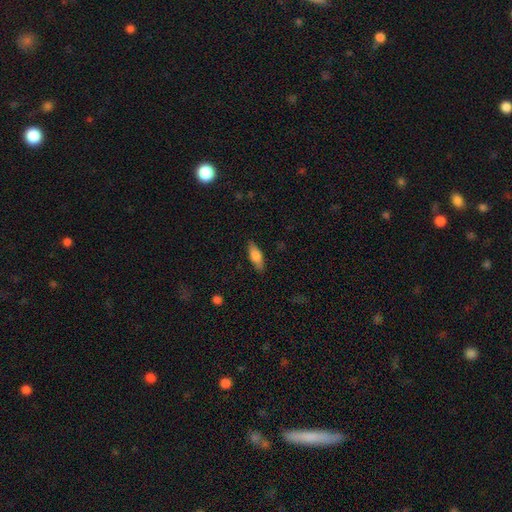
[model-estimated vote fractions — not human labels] Smooth or featured: smooth — 75% (featured or disk — 18%)
How rounded: in between — 67% (cigar-shaped — 31%)
Merging: none — 85% (minor disturbance — 11%)